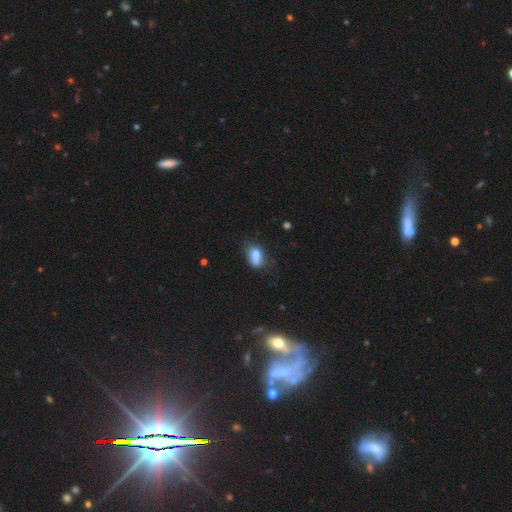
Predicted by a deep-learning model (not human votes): smooth_or_featured: smooth (p=0.82) [alt: star or artifact p=0.09]
how_rounded: in between (p=0.87) [alt: round p=0.10]
merging: none (p=0.54) [alt: minor disturbance p=0.33]